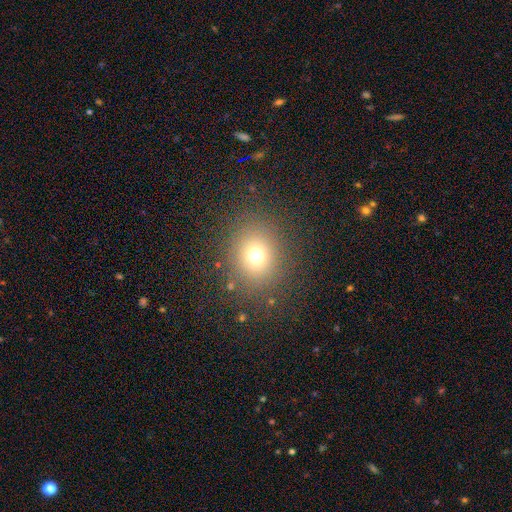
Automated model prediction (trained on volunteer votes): The model was most divided on "smooth or featured": smooth: 69%, star or artifact: 20%, featured or disk: 10%. More confident: merging — none (84%); how rounded — round (80%).